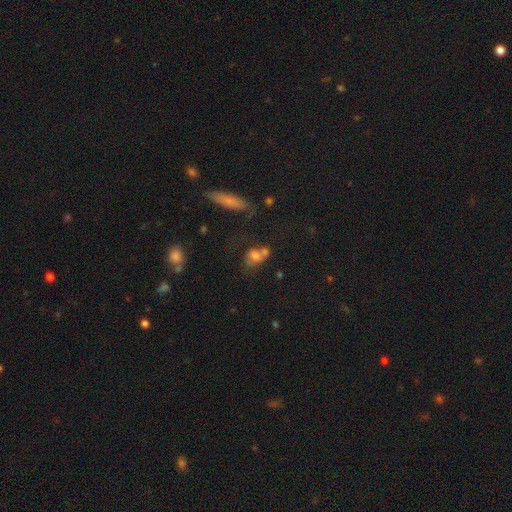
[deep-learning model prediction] Smooth or featured: smooth — 60% (featured or disk — 27%)
How rounded: in between — 61% (round — 35%)
Merging: merger — 42% (none — 32%)